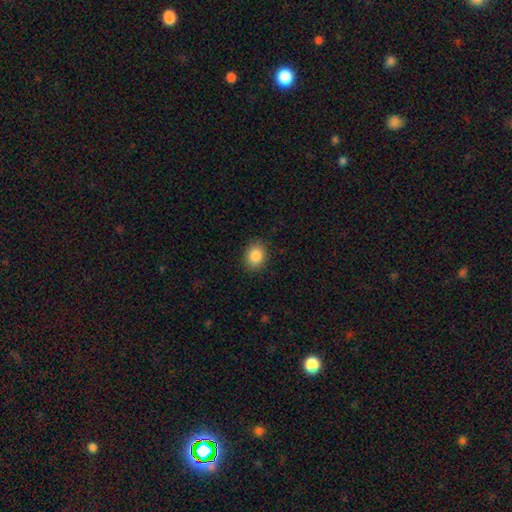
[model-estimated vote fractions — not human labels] Smooth or featured? smooth (88%)
How rounded? in between (51%)
Merging? none (89%)